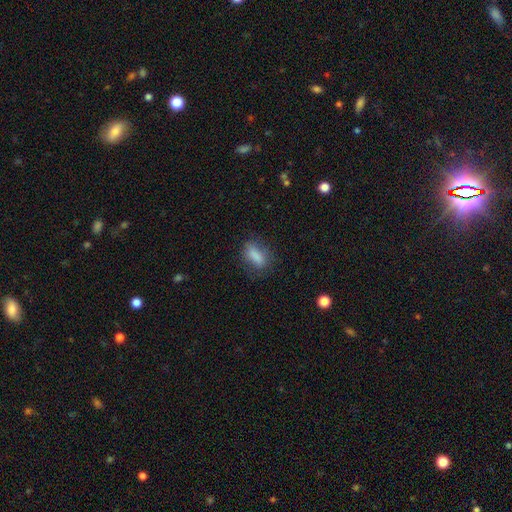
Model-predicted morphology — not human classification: A smooth galaxy with no disk features (82%) that is in between round and cigar-shaped (73%). Merging: none (71%).